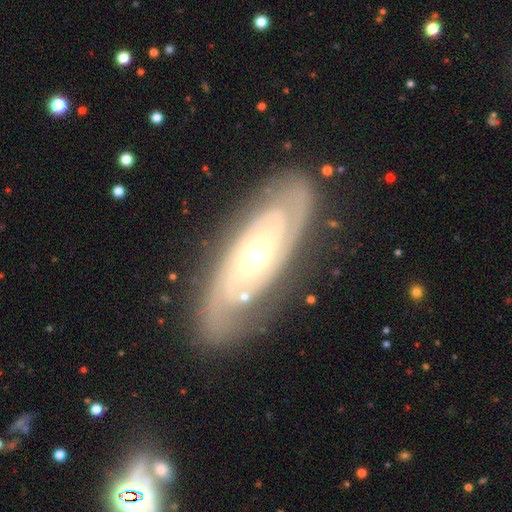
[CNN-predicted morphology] Overall: featured or disk (85%). Edge-on disk: no (89%). Bar: no (77%). Spiral arms: yes (93%). Spiral arm count: 2 (55%; can't tell 25%). Spiral winding: tight (71%). Bulge size: moderate (50%; small 44%). Merging: none (81%).